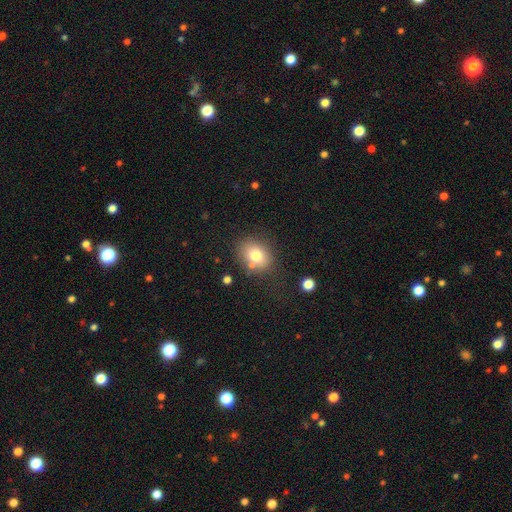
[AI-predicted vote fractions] Smooth or featured?
  - smooth: 76% *
  - featured or disk: 13%
  - star or artifact: 11%
How rounded?
  - in between: 53% *
  - round: 46%
  - cigar-shaped: 1%
Merging?
  - none: 73% *
  - minor disturbance: 15%
  - merger: 8%
  - major disturbance: 5%